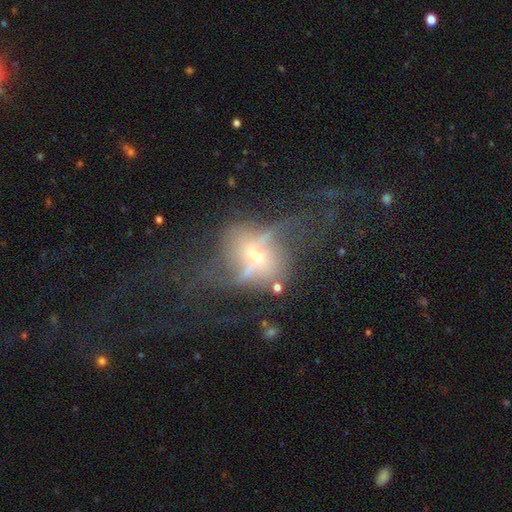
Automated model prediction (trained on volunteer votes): A featured or disk galaxy (69%) with no bar (56%), spiral arms (50%, tied with no) and a small central bulge (46%). Merging: major disturbance (39%).